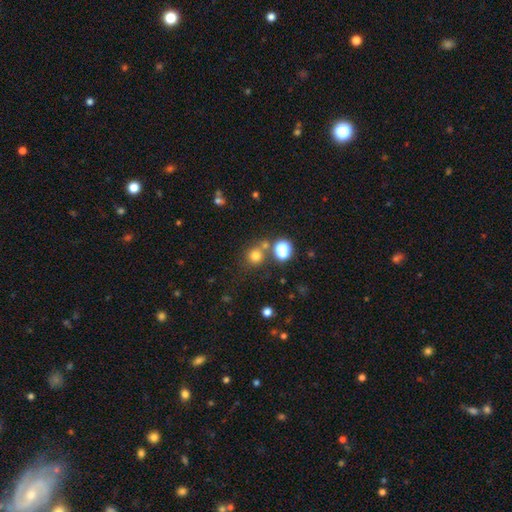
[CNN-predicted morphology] This appears to be a smooth galaxy with no disk features (73%) that is round (88%). Merging: none (71%).